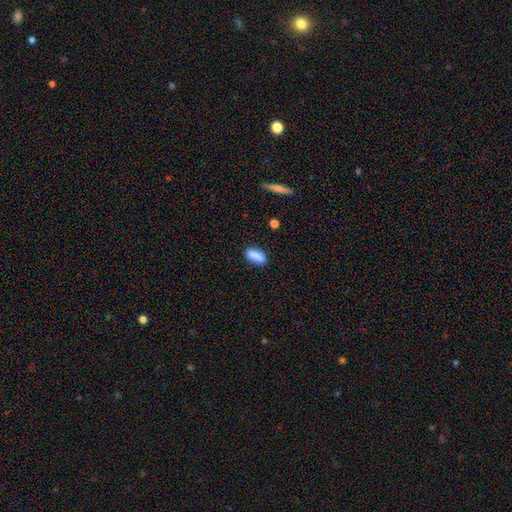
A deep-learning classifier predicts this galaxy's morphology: Overall: smooth (87%). How rounded: in between (84%). Merging: none (79%).